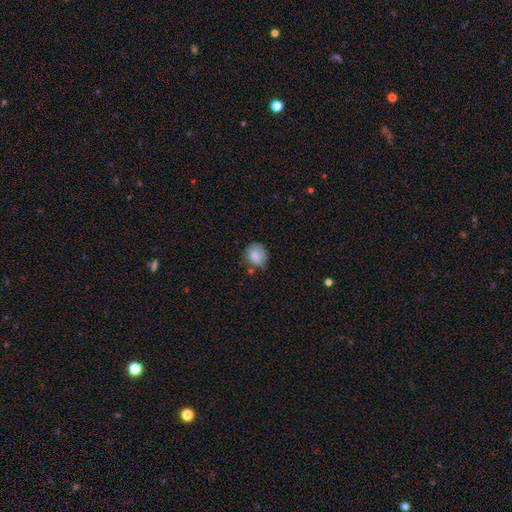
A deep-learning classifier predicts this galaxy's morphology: Smooth or featured? Predicted: smooth (p=0.81). How rounded? Predicted: round (p=0.69). Merging? Predicted: none (p=0.56).